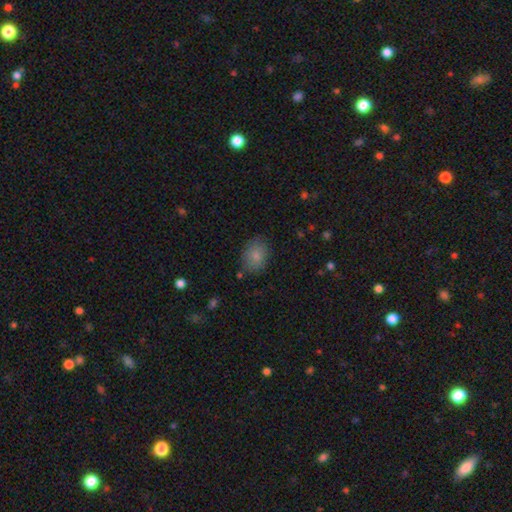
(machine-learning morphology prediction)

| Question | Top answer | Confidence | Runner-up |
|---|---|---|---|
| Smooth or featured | smooth | 83% | featured or disk (9%) |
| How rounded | in between | 71% | round (28%) |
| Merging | none | 79% | minor disturbance (15%) |